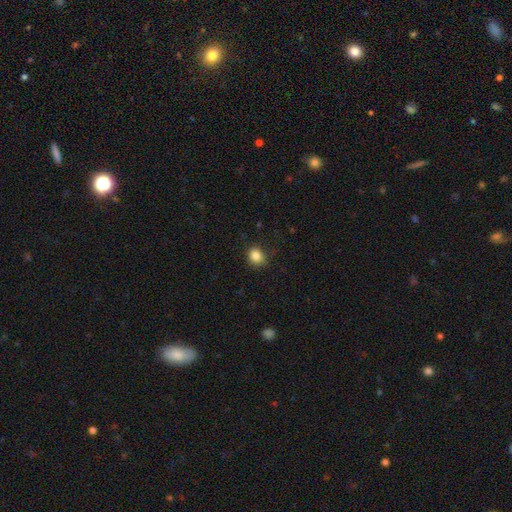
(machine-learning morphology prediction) This is clearly a smooth galaxy (85%). How rounded: likely round (70%). Merging: clearly none (82%).